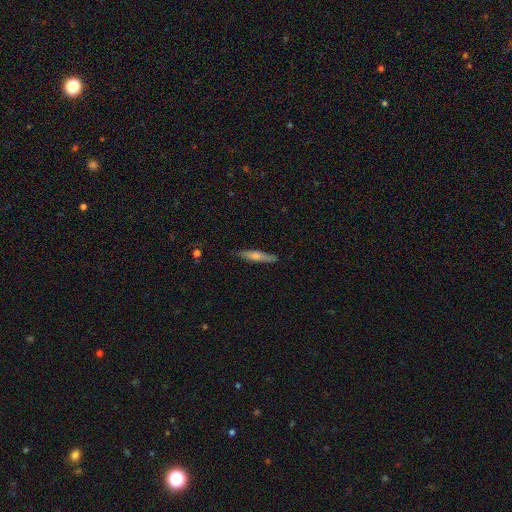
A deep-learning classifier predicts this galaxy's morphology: smooth-or-featured: featured or disk: 52% | smooth: 41% | star or artifact: 7%
  disk-edge-on: yes: 94% | no: 6%
  merging: none: 89% | minor disturbance: 9% | major disturbance: 2% | merger: 1%